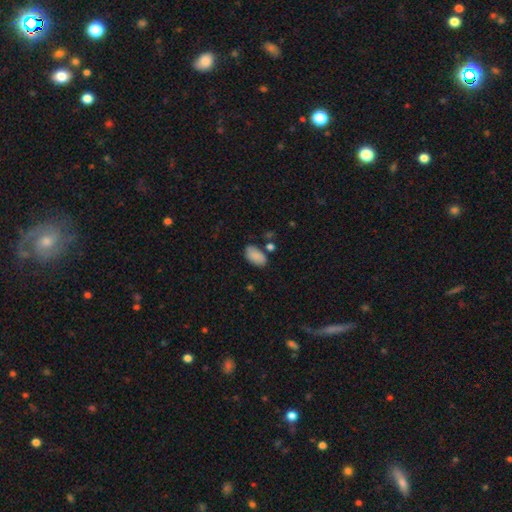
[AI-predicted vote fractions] Smooth or featured? Predicted: smooth (p=0.86). How rounded? Predicted: in between (p=0.94). Merging? Predicted: none (p=0.70).